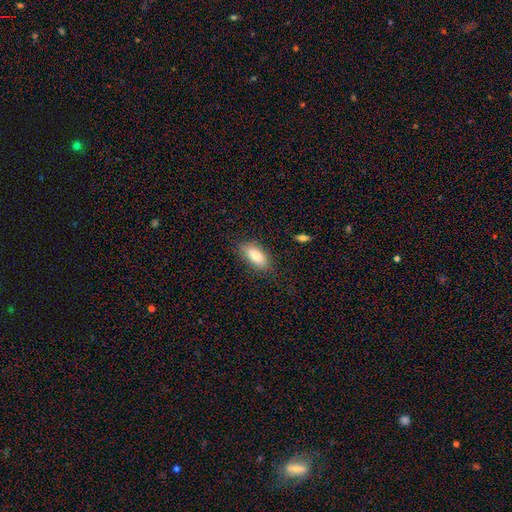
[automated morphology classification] Smooth or featured: smooth — 79% (featured or disk — 13%)
How rounded: in between — 87% (cigar-shaped — 10%)
Merging: none — 82% (minor disturbance — 13%)